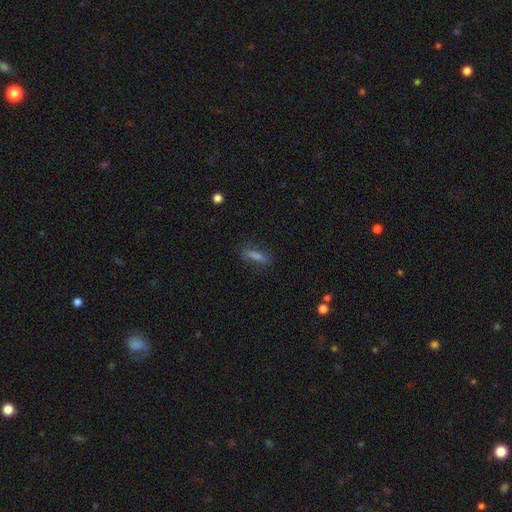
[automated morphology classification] Smooth or featured: smooth — 63% (featured or disk — 22%)
How rounded: cigar-shaped — 69% (in between — 27%)
Merging: none — 80% (minor disturbance — 13%)